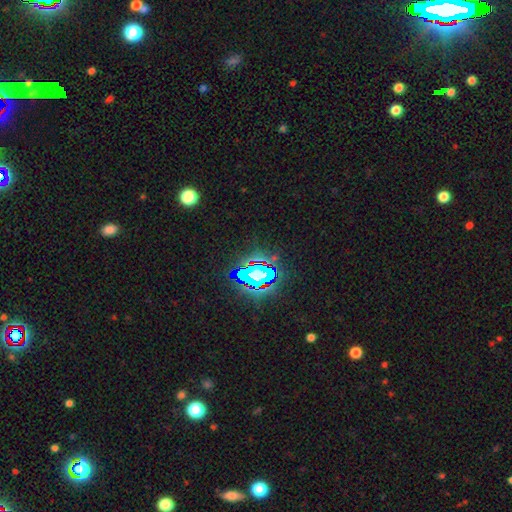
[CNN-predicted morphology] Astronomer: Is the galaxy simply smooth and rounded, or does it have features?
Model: star or artifact — 83%.